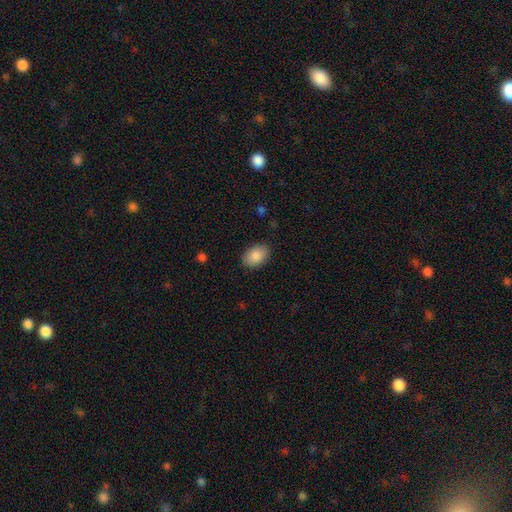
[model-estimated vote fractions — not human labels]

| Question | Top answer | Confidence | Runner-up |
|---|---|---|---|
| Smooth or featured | smooth | 88% | star or artifact (7%) |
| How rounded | in between | 84% | round (15%) |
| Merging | none | 87% | minor disturbance (10%) |